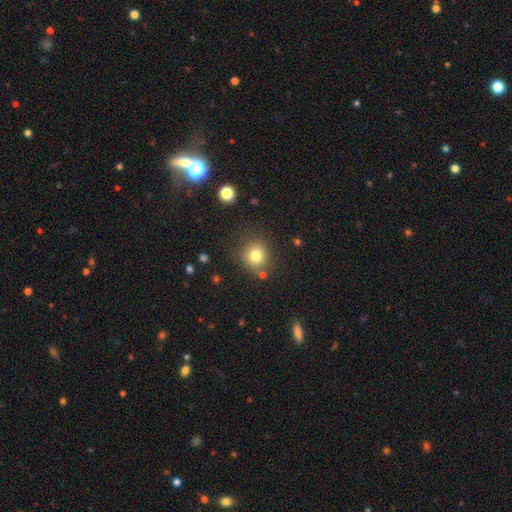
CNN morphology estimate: The model was most divided on "smooth or featured": smooth: 79%, star or artifact: 13%, featured or disk: 8%. More confident: how rounded — round (88%); merging — none (79%).